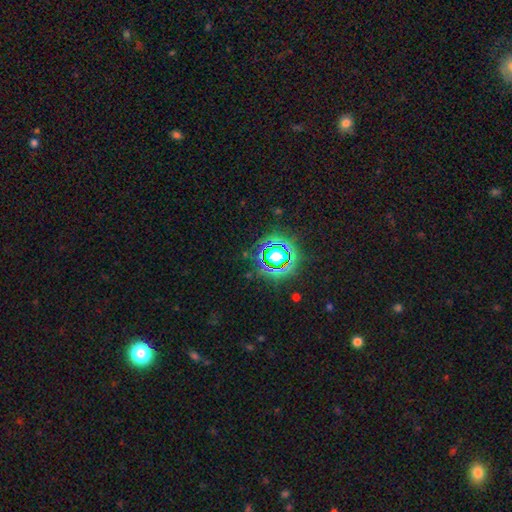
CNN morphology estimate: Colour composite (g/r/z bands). It shows a star or artifact, not a galaxy (79%).